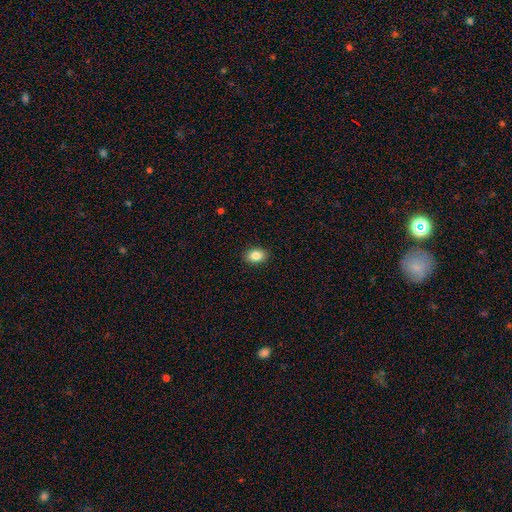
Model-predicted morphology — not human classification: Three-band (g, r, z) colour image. It shows a smooth galaxy with no disk features (85%) that is in between round and cigar-shaped (78%). Merging: none (90%).